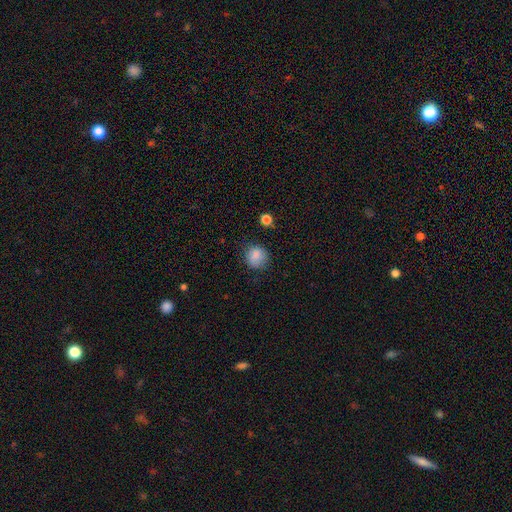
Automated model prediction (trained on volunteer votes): Q: Smooth or featured?
A: smooth (84%); runner-up: star or artifact (10%)
Q: How rounded?
A: round (81%); runner-up: in between (18%)
Q: Merging?
A: none (74%); runner-up: minor disturbance (19%)